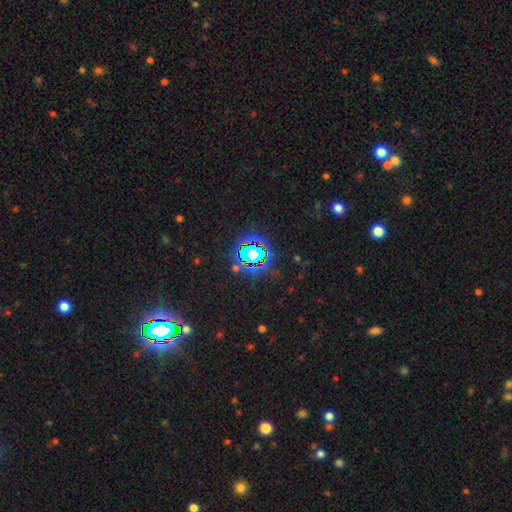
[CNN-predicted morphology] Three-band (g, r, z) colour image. It shows a star or artifact, not a galaxy (79%).